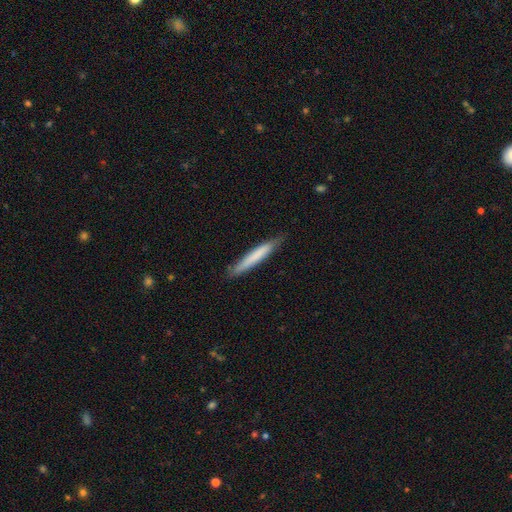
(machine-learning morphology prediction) smooth_or_featured: smooth (p=0.71) [alt: featured or disk p=0.23]
how_rounded: cigar-shaped (p=0.95) [alt: in between p=0.04]
merging: none (p=0.84) [alt: minor disturbance p=0.13]